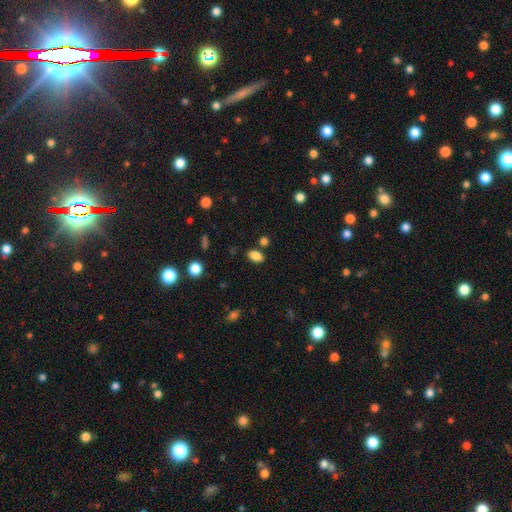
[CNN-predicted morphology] Overall: smooth (85%). How rounded: in between (87%). Merging: none (80%).